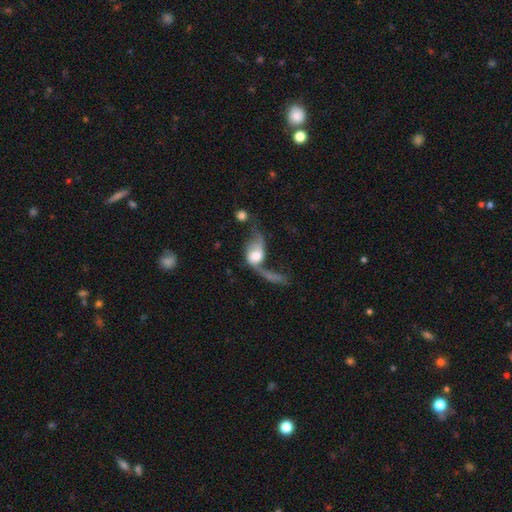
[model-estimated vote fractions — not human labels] Smooth or featured: featured or disk — 54% (smooth — 37%)
Edge-on disk: no — 92% (yes — 8%)
Merging: major disturbance — 40% (merger — 35%)